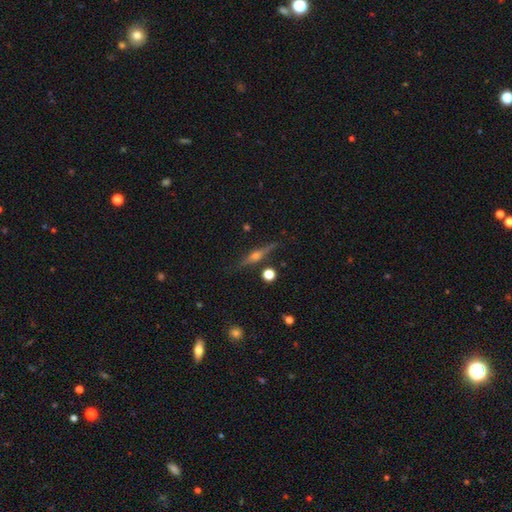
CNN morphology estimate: Overall: featured or disk (76%). Edge-on disk: yes (97%). Edge-on bulge: rounded (91%). Merging: none (86%).